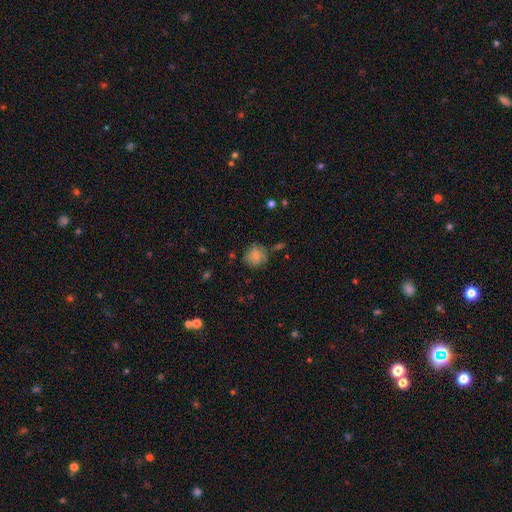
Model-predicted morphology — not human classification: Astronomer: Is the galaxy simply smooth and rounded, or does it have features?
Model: smooth — 74%.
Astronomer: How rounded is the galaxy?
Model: round — 83%.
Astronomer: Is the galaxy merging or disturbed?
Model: none — 68%.